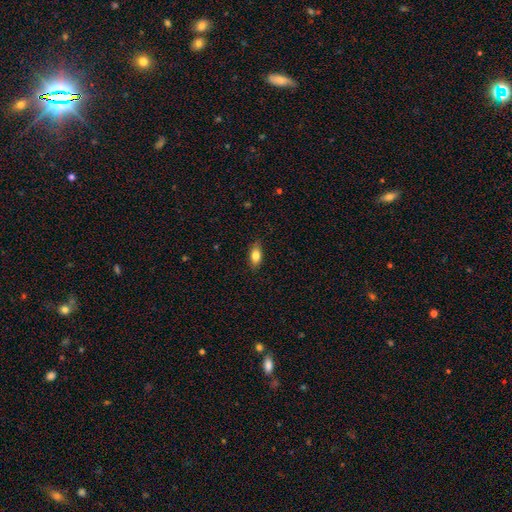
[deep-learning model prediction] The model was most divided on "merging": none: 81%, minor disturbance: 15%, major disturbance: 3%, merger: 1%. More confident: how rounded — in between (85%); smooth or featured — smooth (80%).